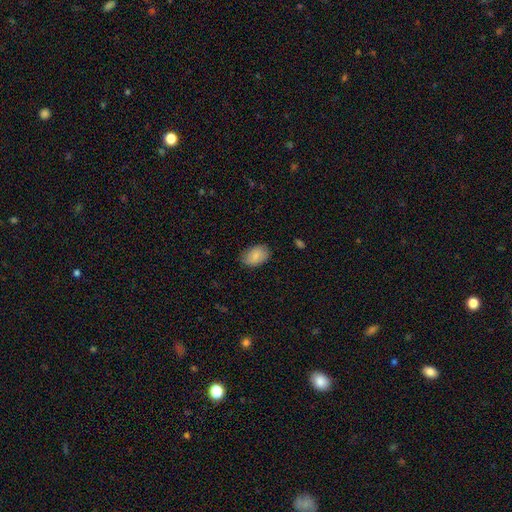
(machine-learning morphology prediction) smooth 84%, featured or disk 10%, star or artifact 7%. Down the decision tree: how rounded — in between (87%); merging — none (79%).